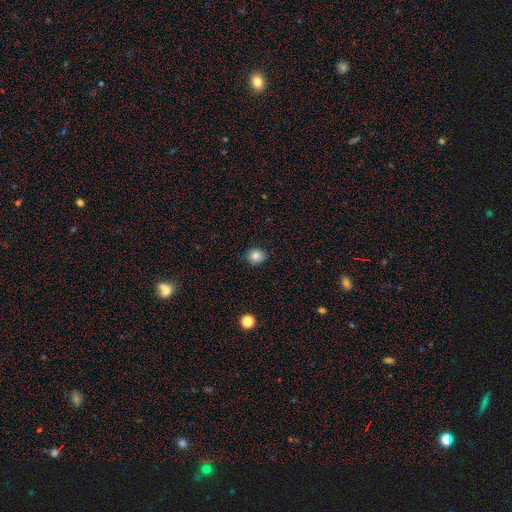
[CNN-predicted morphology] Q: Smooth or featured?
A: smooth (83%); runner-up: star or artifact (11%)
Q: How rounded?
A: round (77%); runner-up: in between (22%)
Q: Merging?
A: none (87%); runner-up: minor disturbance (10%)